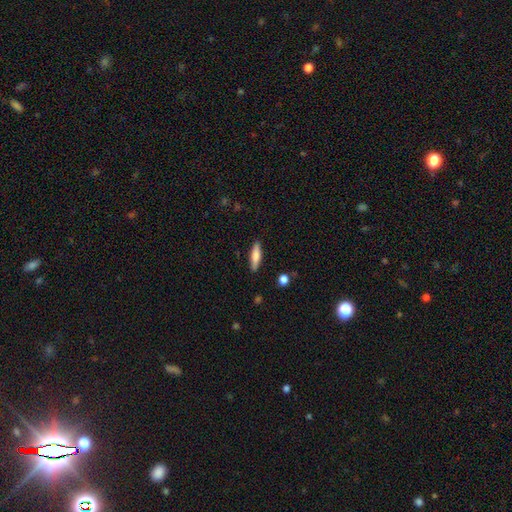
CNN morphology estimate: Smooth or featured: smooth — 71% (featured or disk — 23%)
How rounded: cigar-shaped — 68% (in between — 30%)
Merging: none — 88% (minor disturbance — 8%)